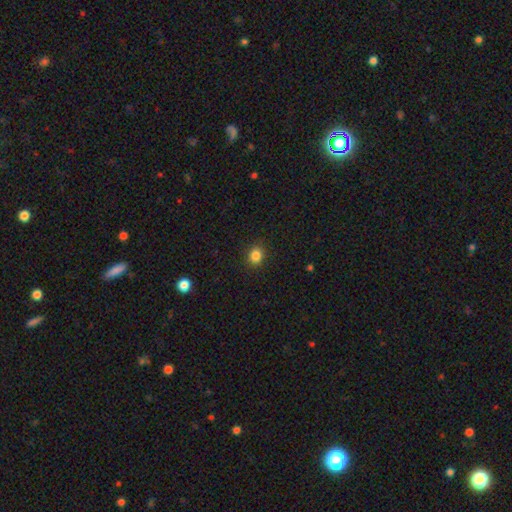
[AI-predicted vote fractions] The model was most divided on "how rounded": round: 61%, in between: 38%, cigar-shaped: 1%. More confident: merging — none (89%); smooth or featured — smooth (85%).